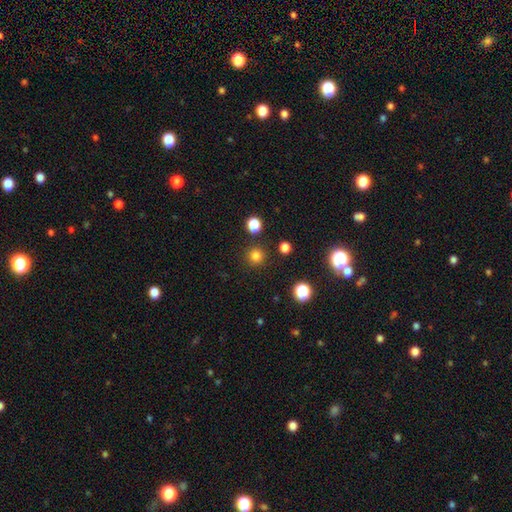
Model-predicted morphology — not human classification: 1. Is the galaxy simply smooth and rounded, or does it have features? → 80% smooth, 16% star or artifact, 4% featured or disk.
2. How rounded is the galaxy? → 95% round, 5% in between, 1% cigar-shaped.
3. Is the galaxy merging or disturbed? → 88% none, 6% minor disturbance, 3% merger, 2% major disturbance.